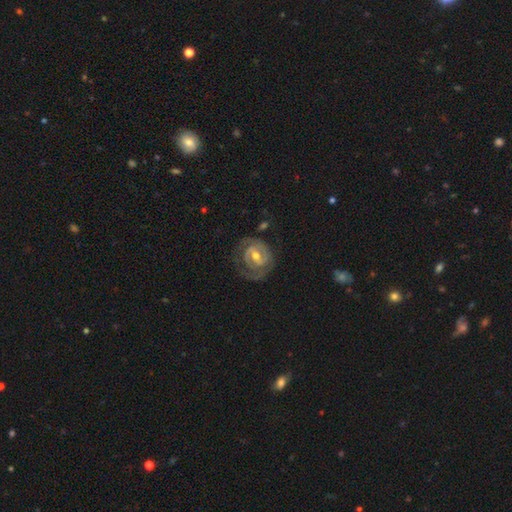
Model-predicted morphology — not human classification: A featured or disk galaxy (83%) with a weak bar (50%), 2 (57%) tight (64%) spiral arms (88%) and a moderate central bulge (69%). Merging: none (61%).